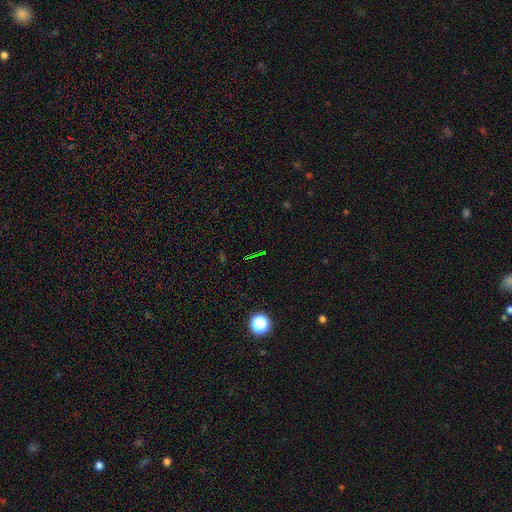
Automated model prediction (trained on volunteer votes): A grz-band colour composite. It shows a star or artifact, not a galaxy (73%).